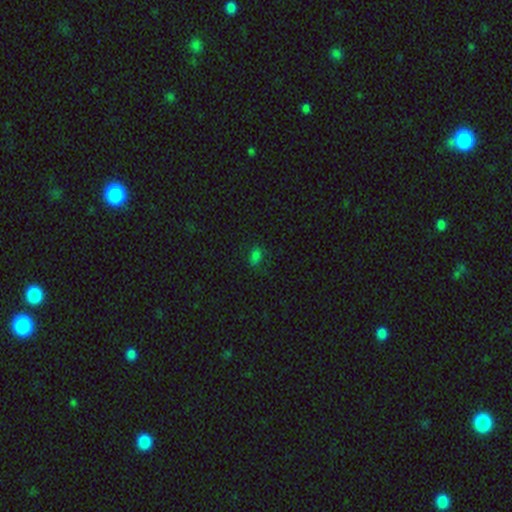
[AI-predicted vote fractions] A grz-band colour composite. It shows a smooth galaxy with no disk features (73%) that is in between round and cigar-shaped (85%). Merging: none (71%).